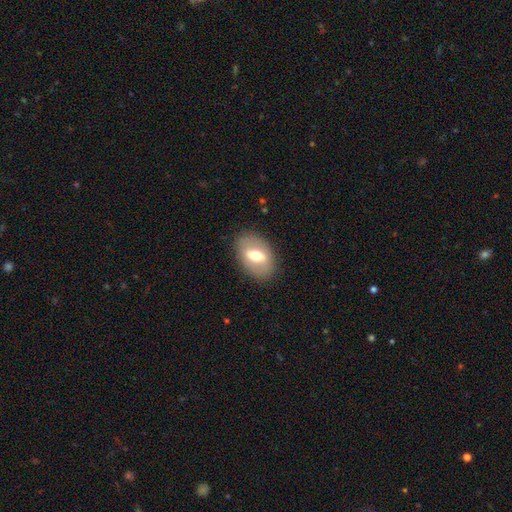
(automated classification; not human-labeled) Overall: smooth (51%; featured or disk 42%). How rounded: in between (85%). Merging: none (84%).